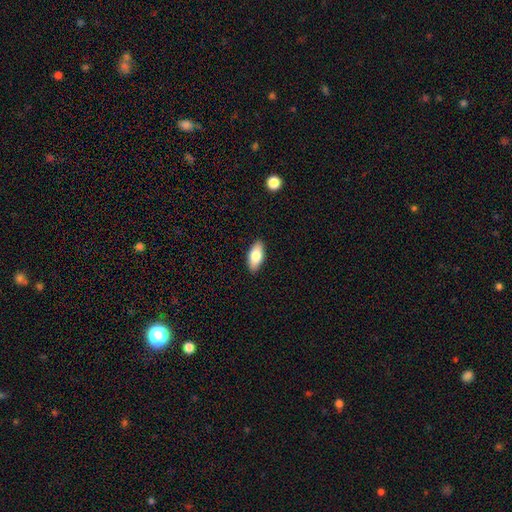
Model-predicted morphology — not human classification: This is likely a smooth galaxy (79%). How rounded: clearly in between (88%). Merging: clearly none (90%).